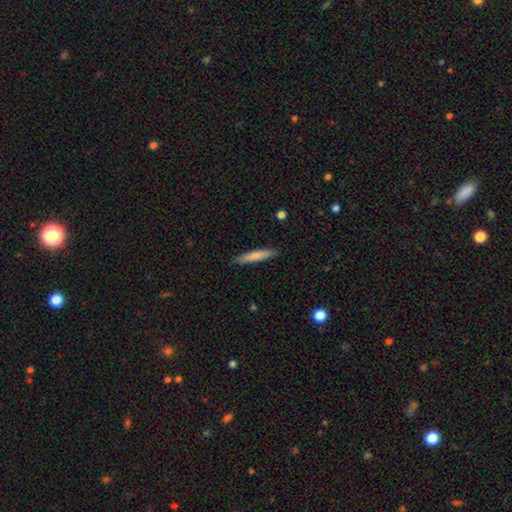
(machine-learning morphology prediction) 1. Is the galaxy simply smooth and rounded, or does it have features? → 78% smooth, 16% featured or disk, 5% star or artifact.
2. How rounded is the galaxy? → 88% cigar-shaped, 10% in between, 1% round.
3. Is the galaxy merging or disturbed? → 88% none, 9% minor disturbance, 2% major disturbance, 1% merger.